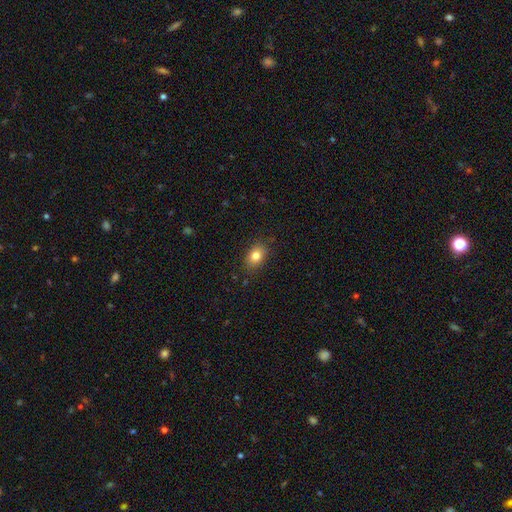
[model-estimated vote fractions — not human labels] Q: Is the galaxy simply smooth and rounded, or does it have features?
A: smooth — 82%.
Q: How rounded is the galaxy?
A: in between — 74%.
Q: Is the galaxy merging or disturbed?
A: none — 84%.